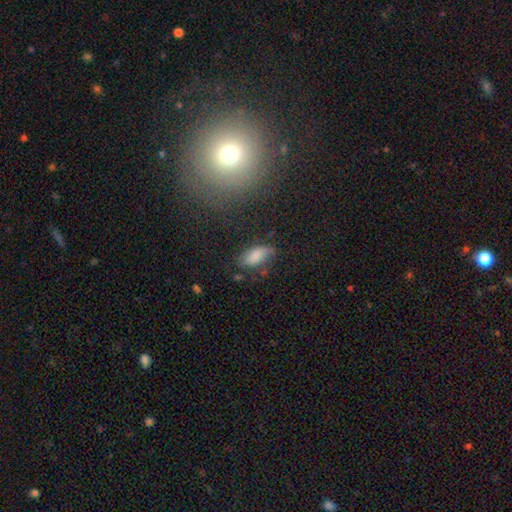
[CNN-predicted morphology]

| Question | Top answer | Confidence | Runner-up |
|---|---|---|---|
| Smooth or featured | smooth | 73% | featured or disk (18%) |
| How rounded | in between | 87% | cigar-shaped (10%) |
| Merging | none | 56% | minor disturbance (29%) |